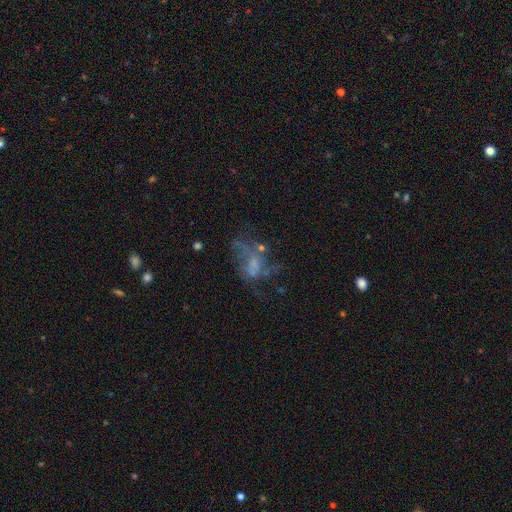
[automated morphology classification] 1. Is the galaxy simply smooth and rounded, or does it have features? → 51% featured or disk, 26% star or artifact, 23% smooth.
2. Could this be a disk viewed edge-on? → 96% no, 4% yes.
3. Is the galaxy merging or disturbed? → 40% major disturbance, 36% none, 15% minor disturbance, 9% merger.